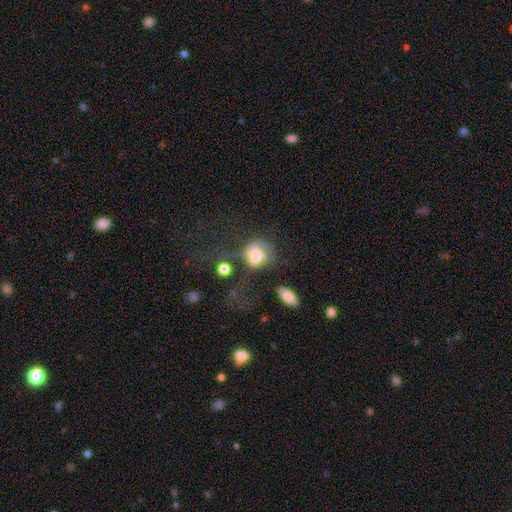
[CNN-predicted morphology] The model was most divided on "merging": none: 31%, major disturbance: 30%, minor disturbance: 21%, merger: 18%. Remaining: smooth or featured — smooth (66%); how rounded — in between (50%).